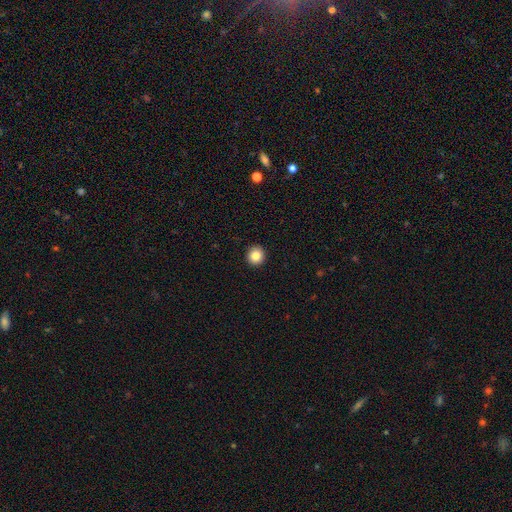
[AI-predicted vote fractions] Q: Smooth or featured?
A: smooth (85%); runner-up: star or artifact (10%)
Q: How rounded?
A: round (93%); runner-up: in between (6%)
Q: Merging?
A: none (93%); runner-up: minor disturbance (4%)